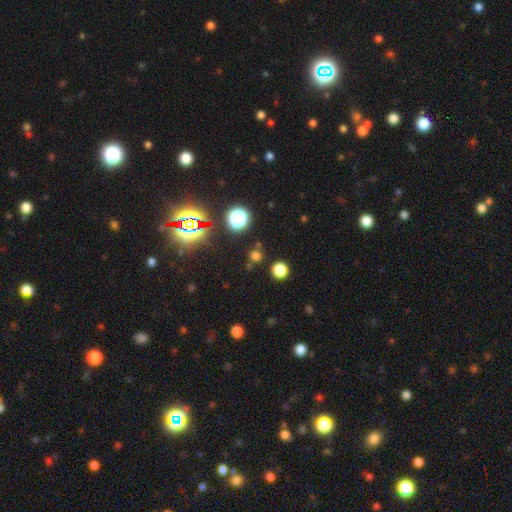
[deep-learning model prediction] Smooth or featured? smooth (64%)
How rounded? round (91%)
Merging? none (82%)